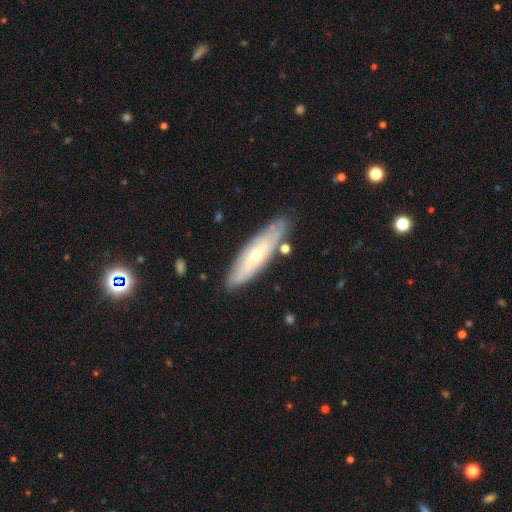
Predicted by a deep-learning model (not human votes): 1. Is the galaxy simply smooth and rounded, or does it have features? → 55% featured or disk, 36% smooth, 9% star or artifact.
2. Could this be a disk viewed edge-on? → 53% yes, 47% no.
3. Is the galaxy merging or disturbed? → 83% none, 12% minor disturbance, 3% merger, 2% major disturbance.